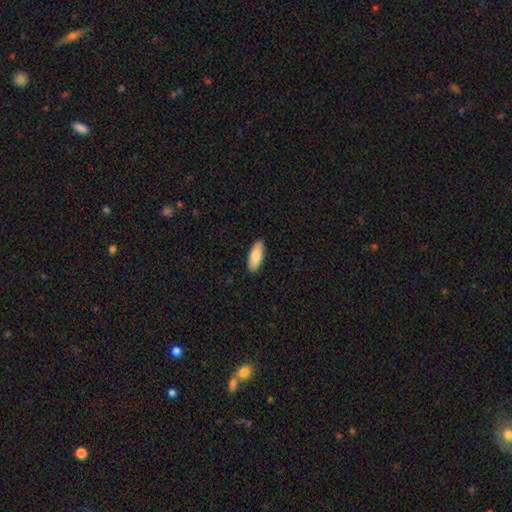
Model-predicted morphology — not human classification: Smooth or featured? smooth (84%)
How rounded? in between (78%)
Merging? none (90%)